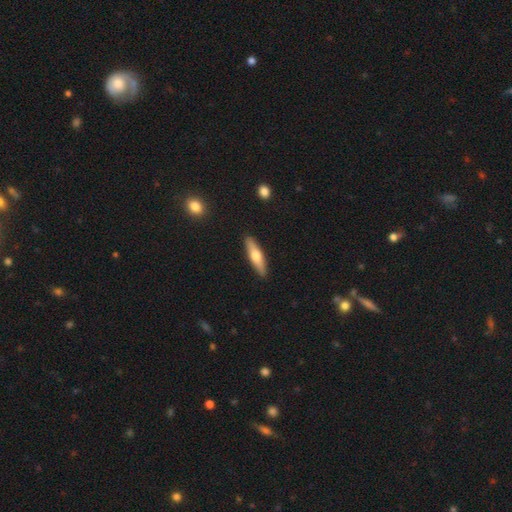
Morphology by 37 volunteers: Overall: smooth (65%; featured or disk 35%). How rounded: cigar-shaped (83%). Merging: none (86%).